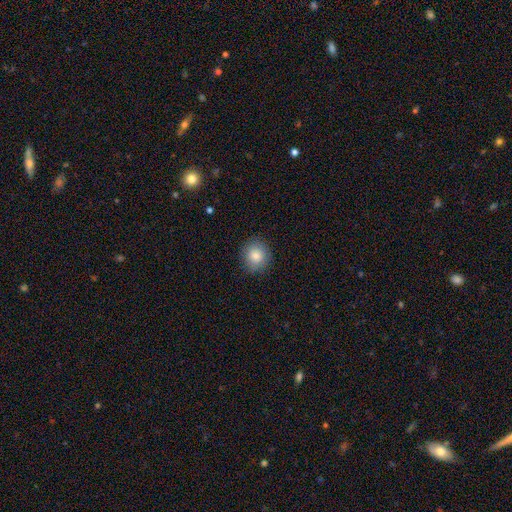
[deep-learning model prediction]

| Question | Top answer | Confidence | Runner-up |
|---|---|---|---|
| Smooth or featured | smooth | 82% | star or artifact (9%) |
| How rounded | round | 85% | in between (14%) |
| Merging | none | 86% | minor disturbance (10%) |